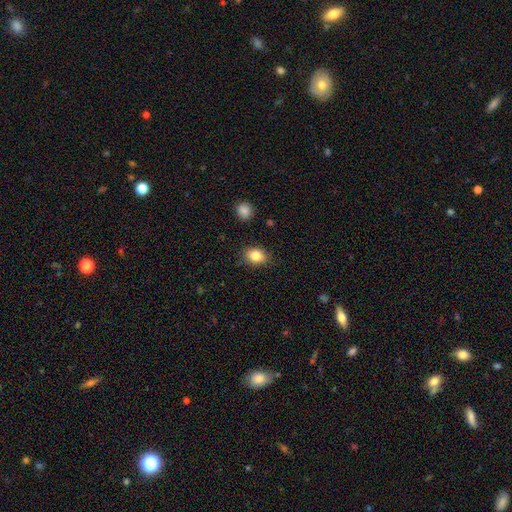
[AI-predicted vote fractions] Morphology: type=smooth (84%); roundness=in between (66%); merging=none (84%).